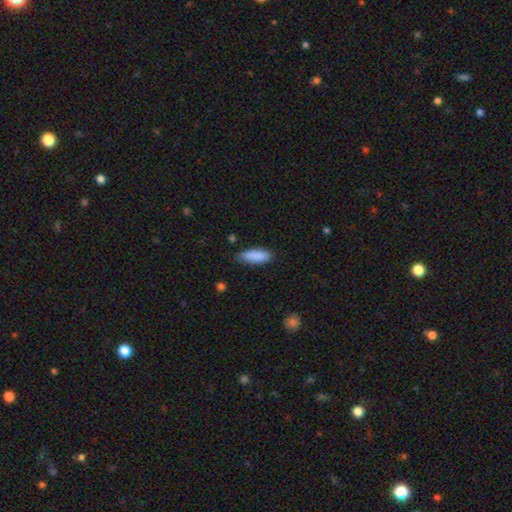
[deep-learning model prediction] Overall: smooth (88%). How rounded: in between (64%; cigar-shaped 35%). Merging: none (79%).